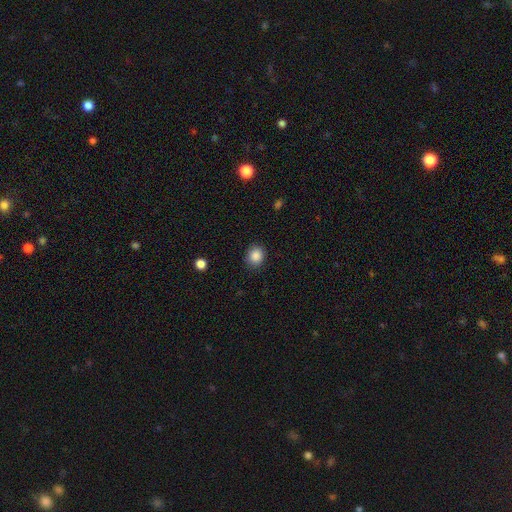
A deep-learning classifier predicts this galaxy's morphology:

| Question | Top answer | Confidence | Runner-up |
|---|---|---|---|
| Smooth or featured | smooth | 87% | star or artifact (9%) |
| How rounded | round | 72% | in between (27%) |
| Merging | none | 87% | minor disturbance (10%) |